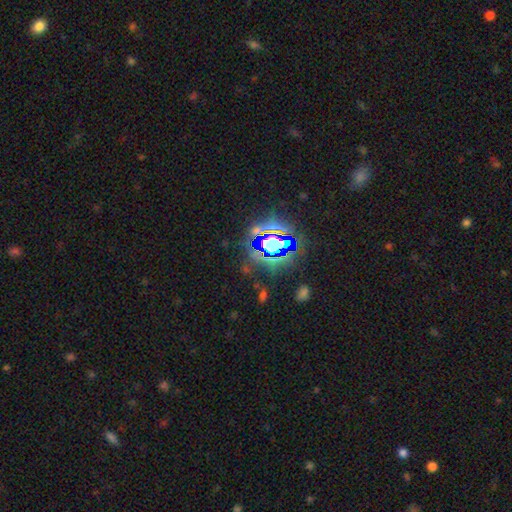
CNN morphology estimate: type=star or artifact (80%).